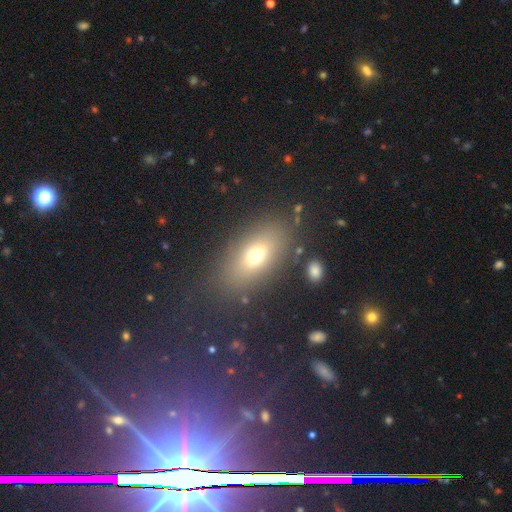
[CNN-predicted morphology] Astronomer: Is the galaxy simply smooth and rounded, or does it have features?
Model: smooth — 67%.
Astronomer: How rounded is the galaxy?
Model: in between — 81%.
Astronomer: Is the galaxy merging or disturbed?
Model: none — 80%.